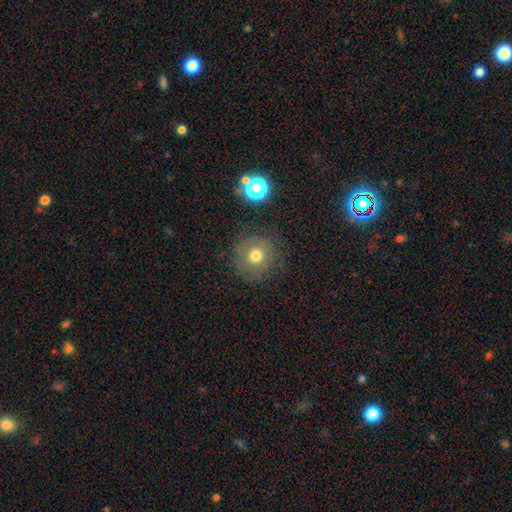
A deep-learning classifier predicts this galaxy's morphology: smooth 67%, featured or disk 19%, star or artifact 14%. Down the decision tree: how rounded — round (94%); merging — none (82%).